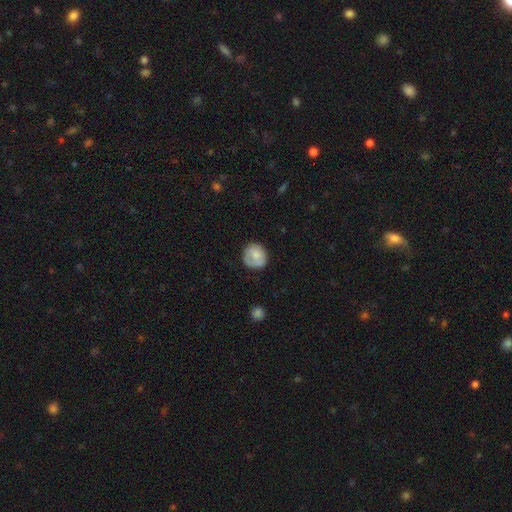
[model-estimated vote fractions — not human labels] smooth_or_featured: smooth (p=0.77) [alt: featured or disk p=0.16]
how_rounded: round (p=0.83) [alt: in between p=0.16]
merging: none (p=0.70) [alt: minor disturbance p=0.22]